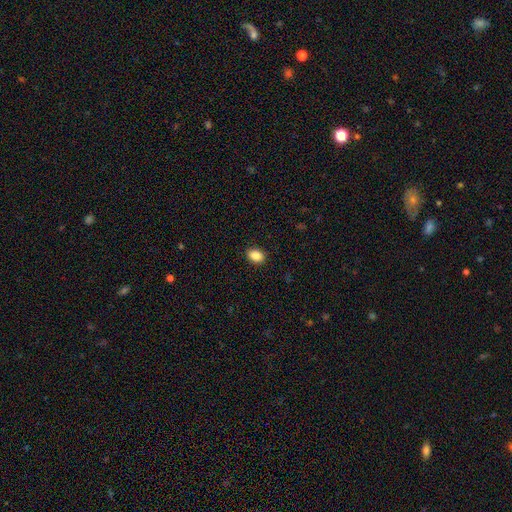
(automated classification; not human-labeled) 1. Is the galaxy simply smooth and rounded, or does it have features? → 88% smooth, 9% star or artifact, 4% featured or disk.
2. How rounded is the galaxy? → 75% in between, 24% round, 1% cigar-shaped.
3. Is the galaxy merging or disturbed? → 90% none, 7% minor disturbance, 2% major disturbance, 1% merger.